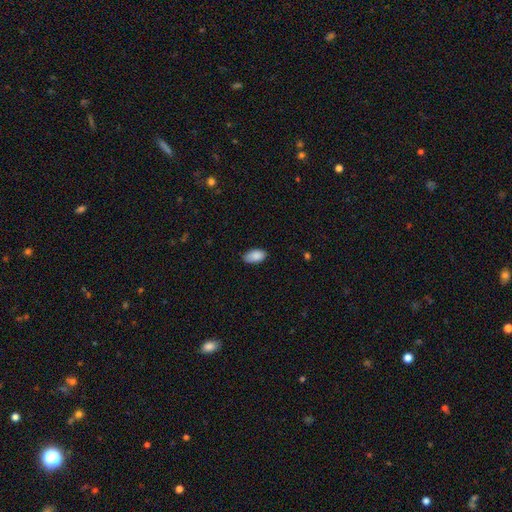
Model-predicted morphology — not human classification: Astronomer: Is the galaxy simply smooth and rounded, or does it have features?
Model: smooth — 88%.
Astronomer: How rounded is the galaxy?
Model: in between — 94%.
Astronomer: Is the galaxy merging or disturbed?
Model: none — 77%.